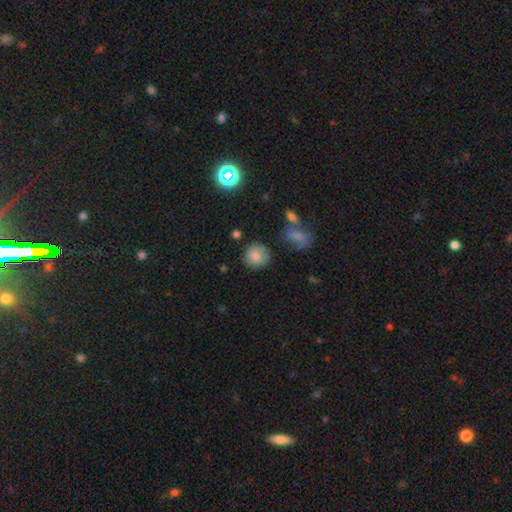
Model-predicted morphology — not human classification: This appears to be a smooth galaxy with no disk features (82%) that is round (90%). Merging: none (81%).